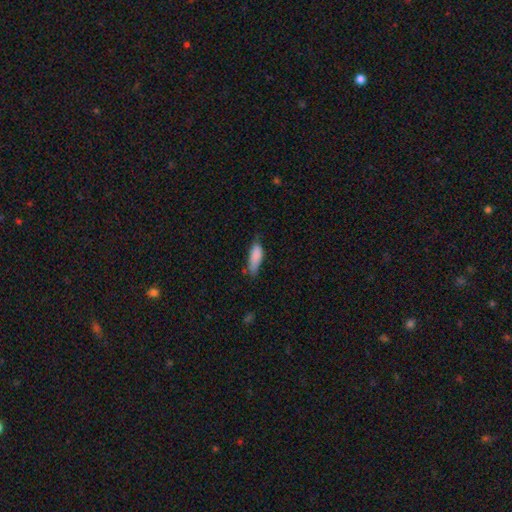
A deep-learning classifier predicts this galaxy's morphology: Smooth or featured? Predicted: smooth (p=0.84). How rounded? Predicted: in between (p=0.57). Merging? Predicted: none (p=0.50).